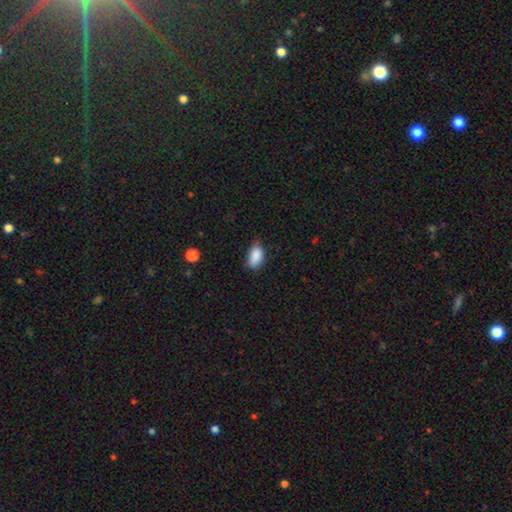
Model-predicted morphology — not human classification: Smooth or featured? smooth (88%)
How rounded? in between (91%)
Merging? none (59%)